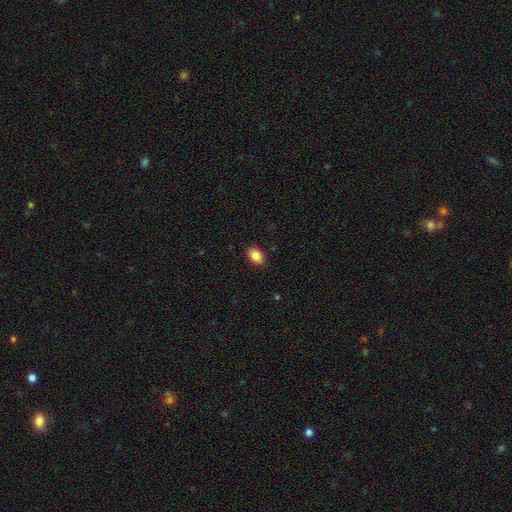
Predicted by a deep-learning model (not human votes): A smooth galaxy with no disk features (87%) that is in between round and cigar-shaped (87%).

Vote fractions:
- Smooth or featured? smooth: 87% / star or artifact: 8% / featured or disk: 5%
- How rounded? in between: 87% / round: 12% / cigar-shaped: 1%
- Merging? none: 87% / minor disturbance: 10% / major disturbance: 2% / merger: 1%